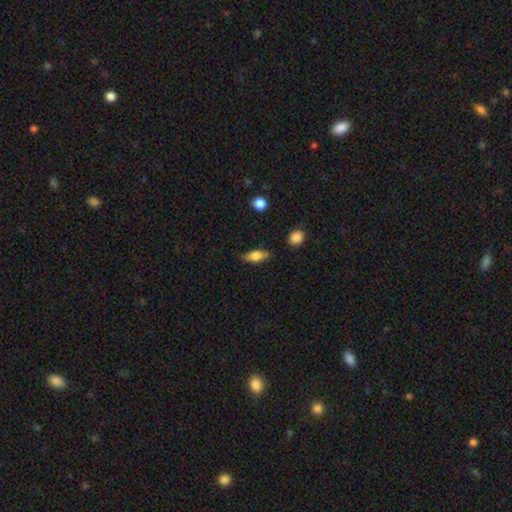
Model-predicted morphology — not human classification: smooth 70%, featured or disk 23%, star or artifact 7%. Down the decision tree: how rounded — in between (78%); merging — none (82%).